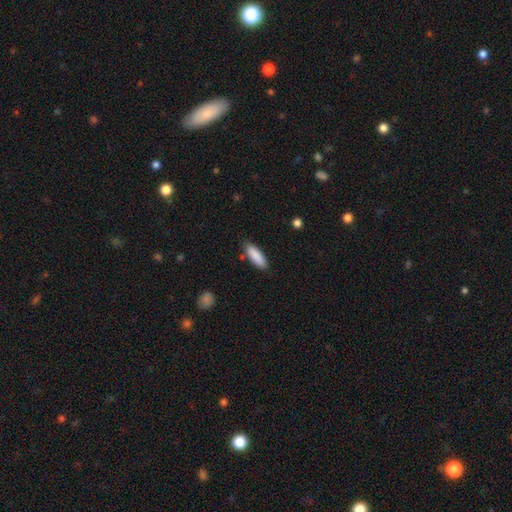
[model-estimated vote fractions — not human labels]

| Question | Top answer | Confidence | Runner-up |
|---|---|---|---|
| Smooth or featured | smooth | 89% | featured or disk (6%) |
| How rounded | in between | 58% | cigar-shaped (40%) |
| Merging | none | 84% | minor disturbance (12%) |